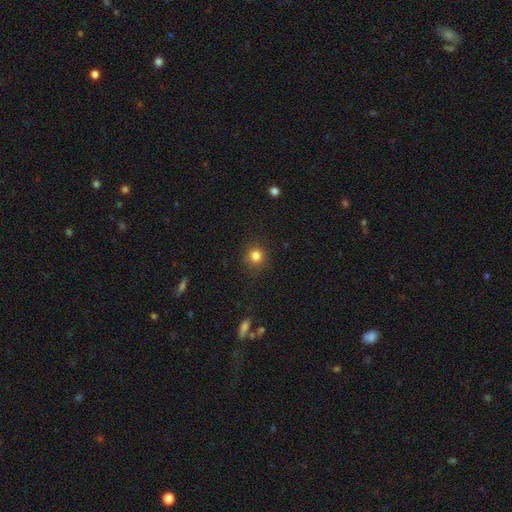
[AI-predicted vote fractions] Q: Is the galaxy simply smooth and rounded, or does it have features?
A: smooth — 83%.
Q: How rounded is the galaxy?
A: round — 91%.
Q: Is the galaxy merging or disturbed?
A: none — 87%.